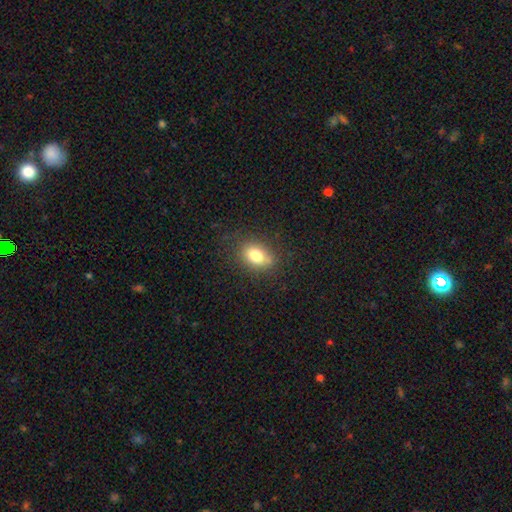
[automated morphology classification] Smooth or featured?
  - smooth: 79% *
  - star or artifact: 11%
  - featured or disk: 10%
How rounded?
  - in between: 73% *
  - round: 25%
  - cigar-shaped: 2%
Merging?
  - none: 79% *
  - minor disturbance: 15%
  - major disturbance: 5%
  - merger: 2%